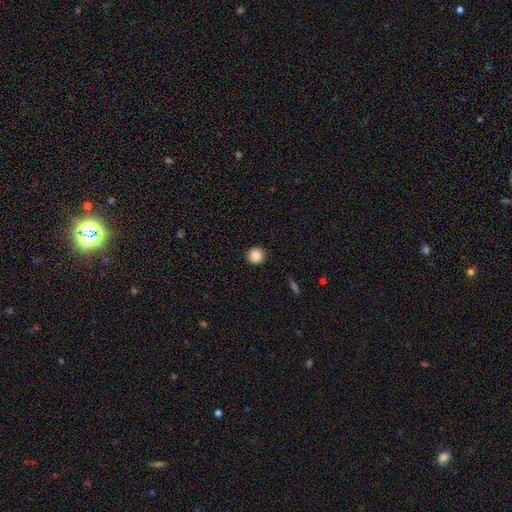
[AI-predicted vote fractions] Morphology: type=smooth (88%); roundness=round (94%); merging=none (89%).